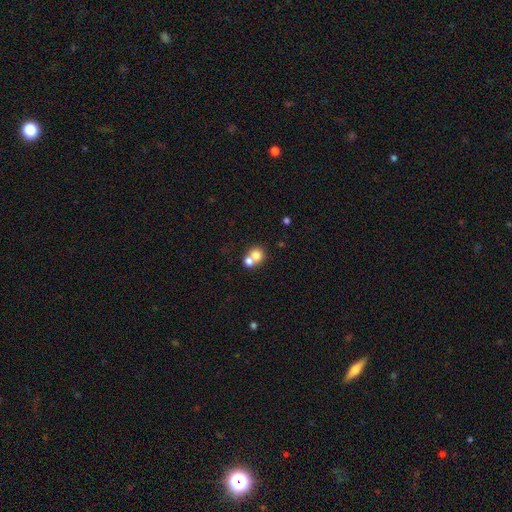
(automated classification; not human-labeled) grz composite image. It shows a smooth galaxy with no disk features (75%) that is round (82%). Merging: merger (58%).